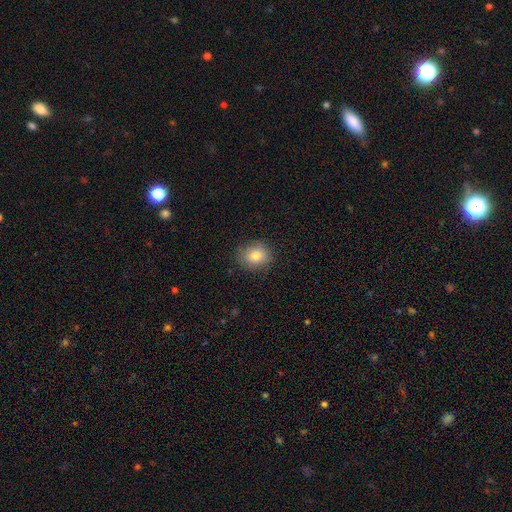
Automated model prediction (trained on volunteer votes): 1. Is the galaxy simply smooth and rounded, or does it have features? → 81% smooth, 10% star or artifact, 9% featured or disk.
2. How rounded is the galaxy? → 64% round, 35% in between, 1% cigar-shaped.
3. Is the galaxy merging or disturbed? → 87% none, 10% minor disturbance, 3% major disturbance, 1% merger.